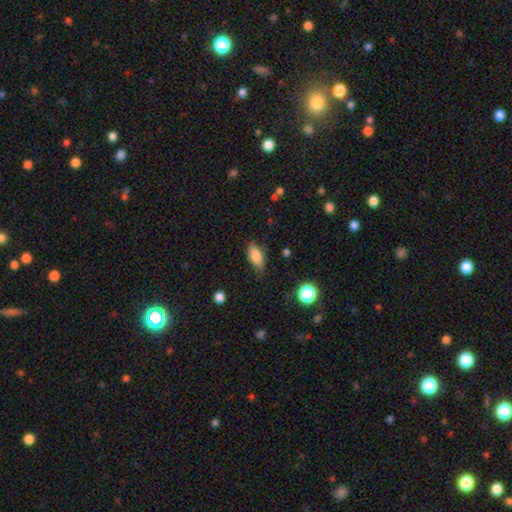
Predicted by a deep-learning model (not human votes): Morphology: type=smooth (83%); roundness=in between (86%); merging=none (72%).